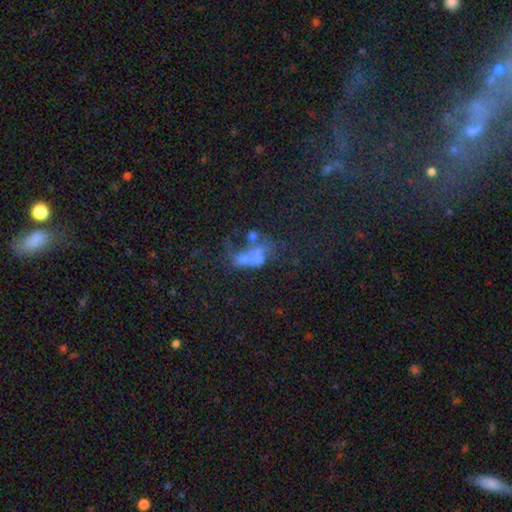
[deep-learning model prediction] featured or disk 40%, smooth 39%, star or artifact 21%. Down the decision tree: merging — merger (45%).